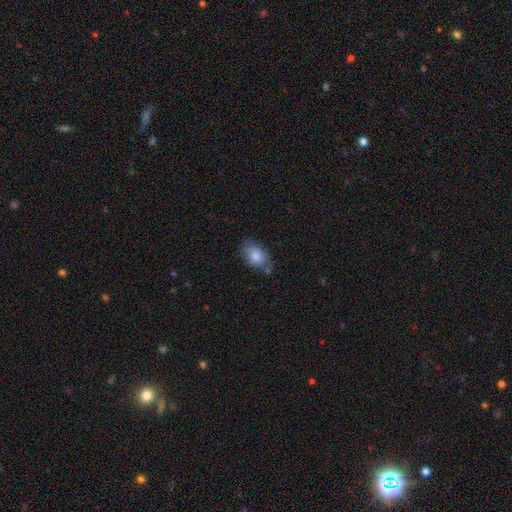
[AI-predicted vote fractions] smooth_or_featured: smooth (p=0.80) [alt: featured or disk p=0.13]
how_rounded: in between (p=0.85) [alt: round p=0.13]
merging: none (p=0.57) [alt: minor disturbance p=0.28]